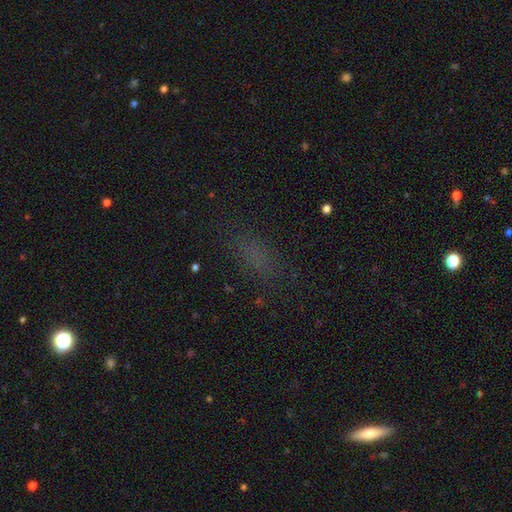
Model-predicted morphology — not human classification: Smooth or featured? smooth (61%)
How rounded? in between (69%)
Merging? none (76%)